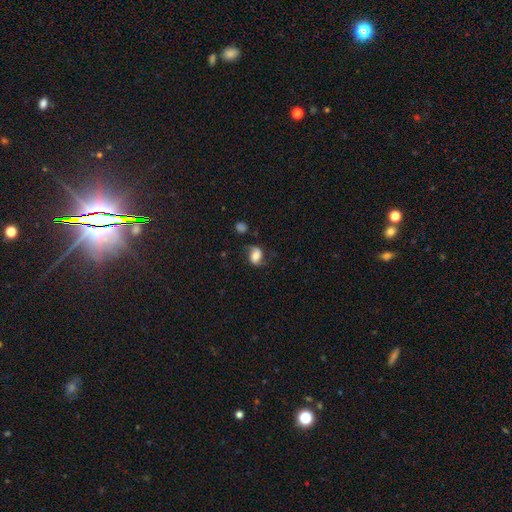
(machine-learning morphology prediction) Smooth or featured: featured or disk — 49% (smooth — 42%)
Merging: none — 62% (minor disturbance — 22%)